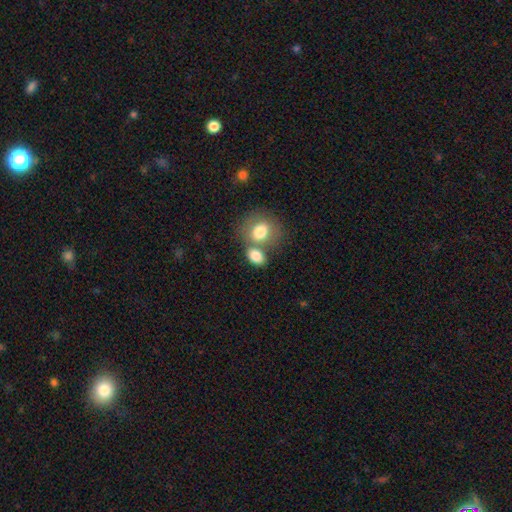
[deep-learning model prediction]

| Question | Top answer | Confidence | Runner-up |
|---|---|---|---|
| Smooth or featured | smooth | 81% | featured or disk (10%) |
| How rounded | in between | 68% | round (31%) |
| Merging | merger | 43% | none (42%) |